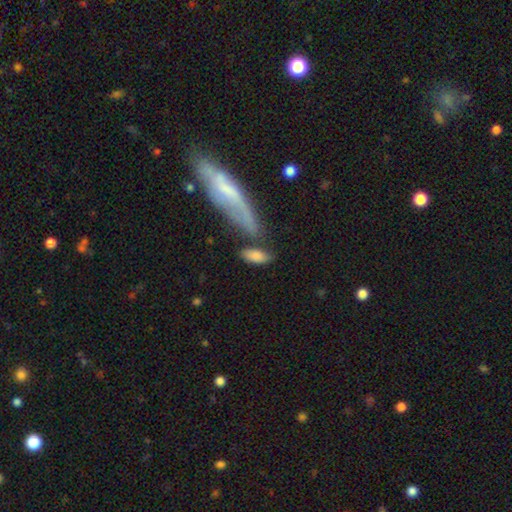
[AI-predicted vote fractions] A smooth galaxy with no disk features (81%) that is in between round and cigar-shaped (82%).

Vote fractions:
- Smooth or featured? smooth: 81% / featured or disk: 13% / star or artifact: 6%
- How rounded? in between: 82% / cigar-shaped: 15% / round: 3%
- Merging? none: 59% / minor disturbance: 18% / merger: 15% / major disturbance: 8%